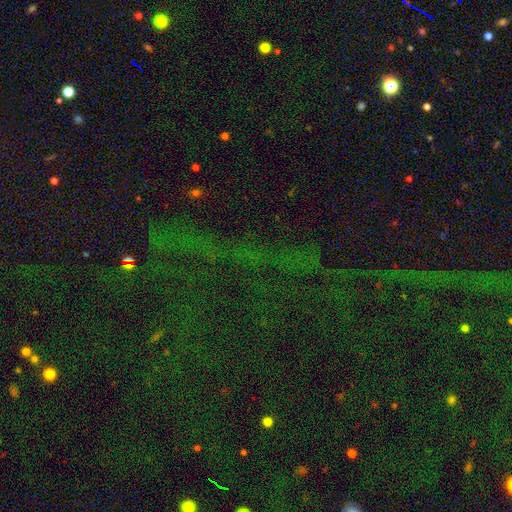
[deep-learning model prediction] The model was most divided on "smooth or featured": star or artifact: 83%, smooth: 10%, featured or disk: 8%.